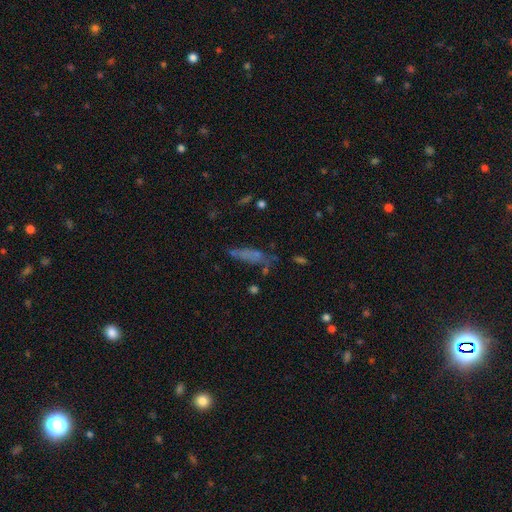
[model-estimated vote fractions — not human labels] Smooth or featured? Predicted: smooth (p=0.56). How rounded? Predicted: cigar-shaped (p=0.58). Merging? Predicted: none (p=0.51).